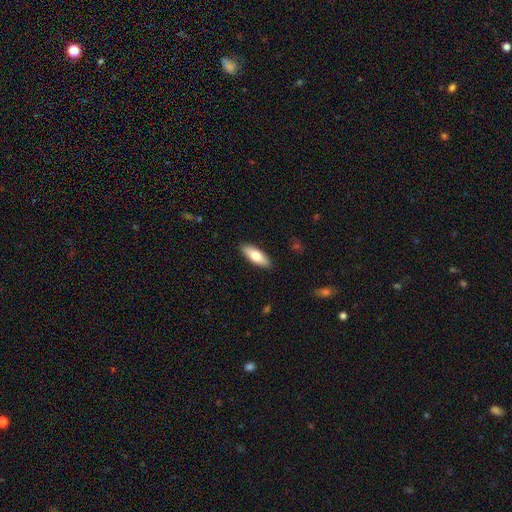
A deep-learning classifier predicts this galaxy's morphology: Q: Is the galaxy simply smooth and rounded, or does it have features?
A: smooth — 75%.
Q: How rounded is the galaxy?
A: in between — 67%.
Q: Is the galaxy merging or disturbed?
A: none — 89%.